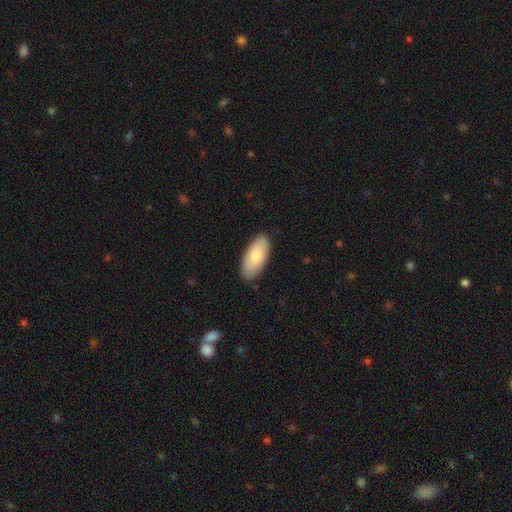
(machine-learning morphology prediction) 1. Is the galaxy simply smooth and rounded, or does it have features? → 80% smooth, 15% featured or disk, 5% star or artifact.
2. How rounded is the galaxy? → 91% in between, 7% cigar-shaped, 2% round.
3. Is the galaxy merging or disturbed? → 87% none, 11% minor disturbance, 2% major disturbance, 1% merger.